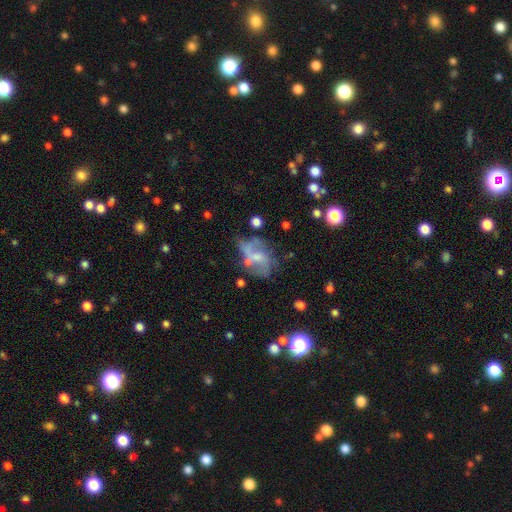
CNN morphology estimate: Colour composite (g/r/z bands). It shows a featured or disk galaxy (67%) with no bar (52%), spiral arms (71%) and a small central bulge (47%). Merging: none (41%).